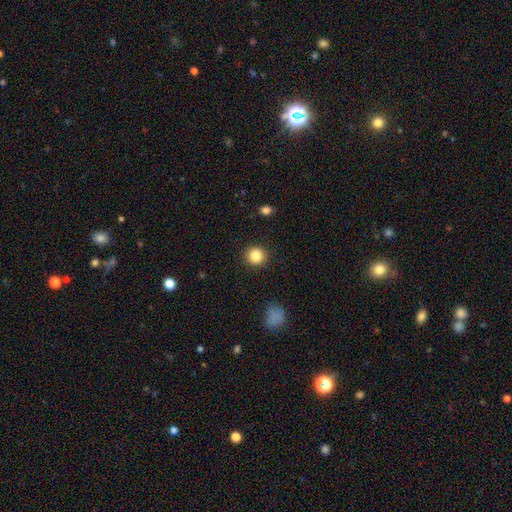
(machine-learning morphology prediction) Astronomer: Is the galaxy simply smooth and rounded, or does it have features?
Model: smooth — 86%.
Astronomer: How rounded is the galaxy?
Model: round — 93%.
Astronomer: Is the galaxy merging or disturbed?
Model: none — 91%.